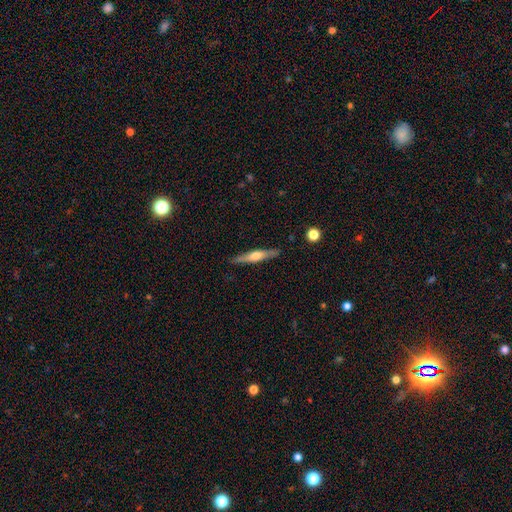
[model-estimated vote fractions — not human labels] Smooth or featured? Predicted: featured or disk (p=0.60). Edge-on disk? Predicted: yes (p=0.96). Edge-on bulge? Predicted: rounded (p=0.80). Merging? Predicted: none (p=0.88).